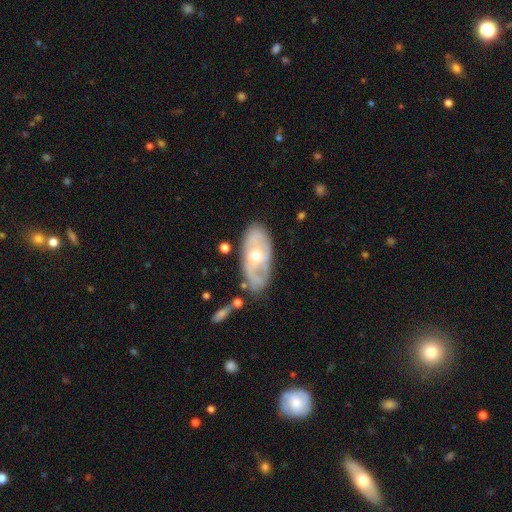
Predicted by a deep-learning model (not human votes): smooth_or_featured: featured or disk (p=0.66) [alt: smooth p=0.28]
disk_edge_on: no (p=0.89) [alt: yes p=0.11]
bar: no (p=0.74) [alt: weak p=0.21]
has_spiral_arms: yes (p=0.62) [alt: no p=0.38]
bulge_size: moderate (p=0.58) [alt: small p=0.38]
merging: none (p=0.60) [alt: minor disturbance p=0.25]